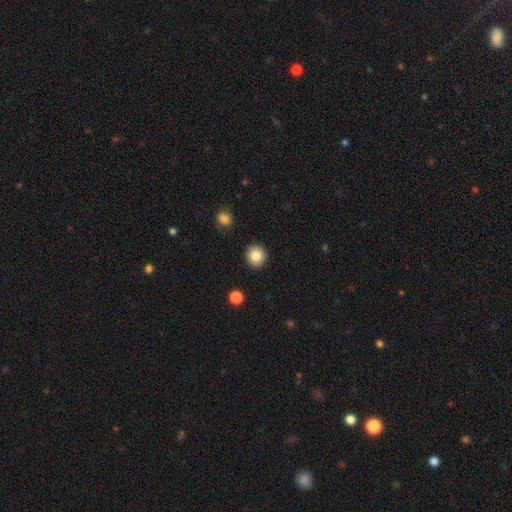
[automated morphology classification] Smooth or featured? Predicted: smooth (p=0.84). How rounded? Predicted: round (p=0.88). Merging? Predicted: none (p=0.91).